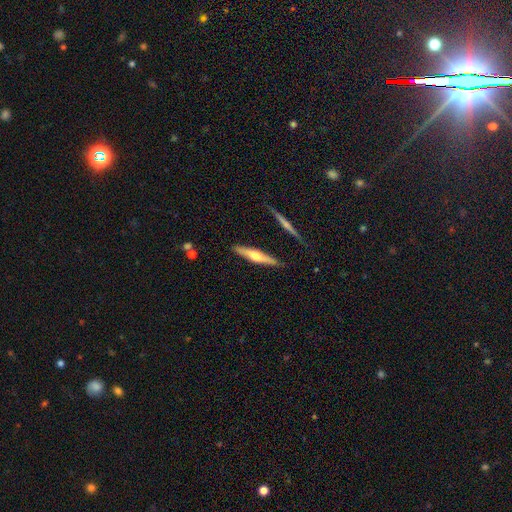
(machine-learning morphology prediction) type=featured or disk (57%); edge-on=yes (96%); edge-on bulge=rounded (89%); merging=none (86%).